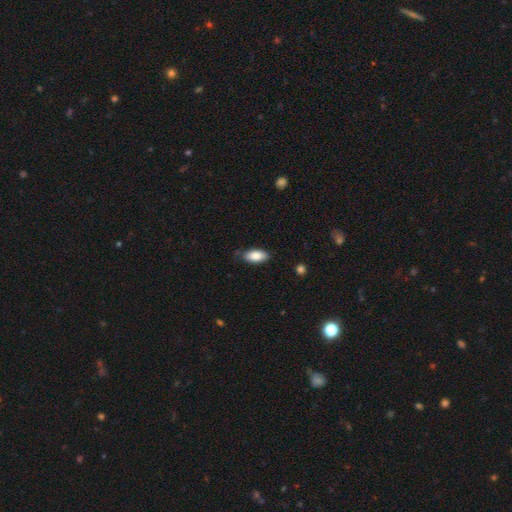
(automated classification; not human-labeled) smooth 84%, featured or disk 9%, star or artifact 7%. Down the decision tree: how rounded — in between (91%); merging — none (78%).